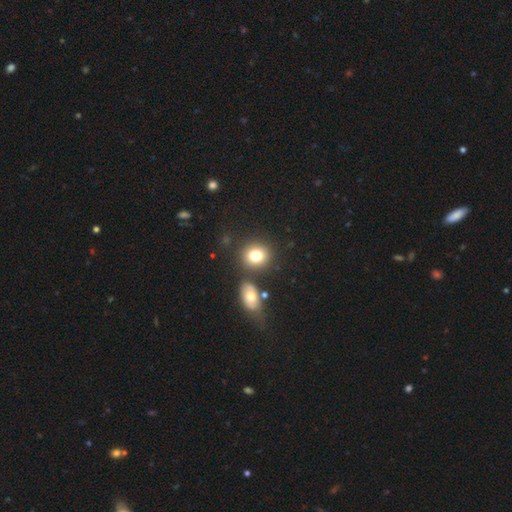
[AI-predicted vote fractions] Smooth or featured? smooth (79%)
How rounded? round (69%)
Merging? none (74%)